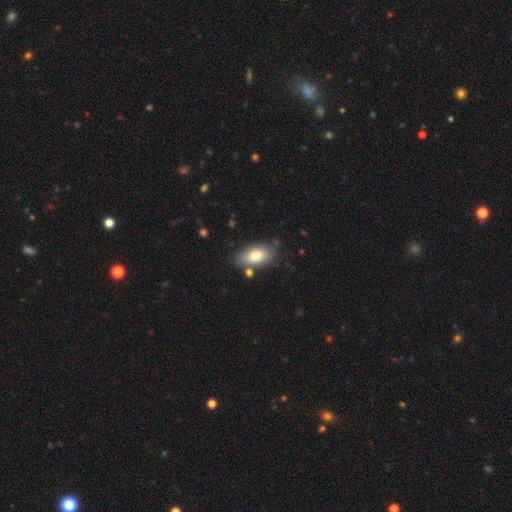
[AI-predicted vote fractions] smooth 78%, featured or disk 15%, star or artifact 7%. Down the decision tree: how rounded — in between (91%); merging — none (77%).